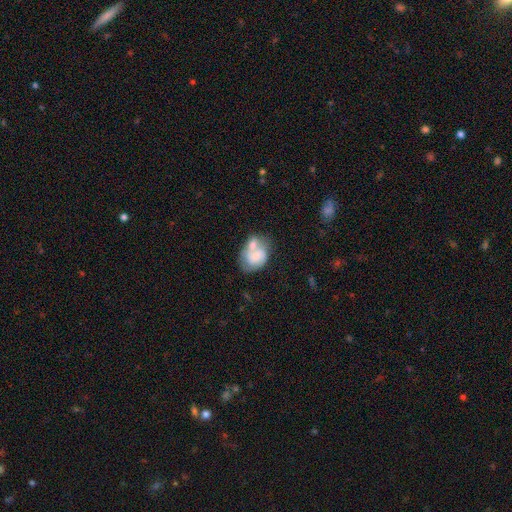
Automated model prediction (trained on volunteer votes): smooth_or_featured: smooth (p=0.54) [alt: featured or disk p=0.39]
how_rounded: in between (p=0.72) [alt: round p=0.27]
merging: merger (p=0.55) [alt: none p=0.21]